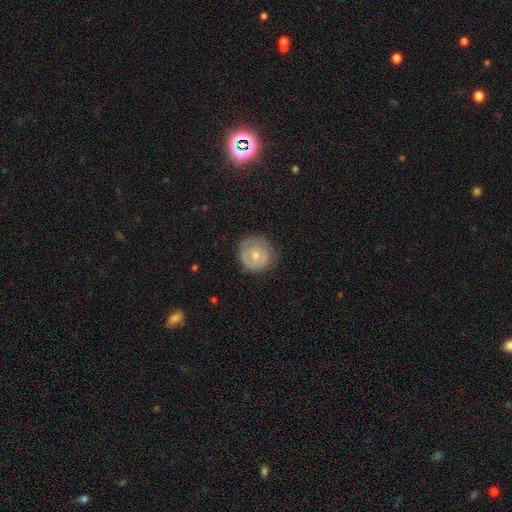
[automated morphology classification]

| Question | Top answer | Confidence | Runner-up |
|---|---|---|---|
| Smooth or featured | smooth | 53% | featured or disk (41%) |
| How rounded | round | 90% | in between (9%) |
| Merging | none | 71% | minor disturbance (21%) |